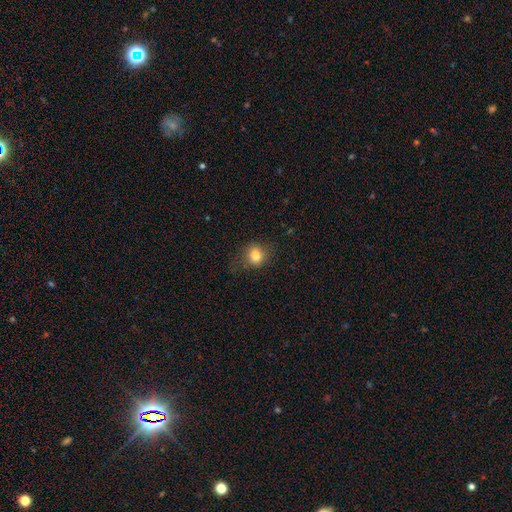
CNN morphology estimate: Smooth or featured? smooth (80%)
How rounded? round (64%)
Merging? none (74%)